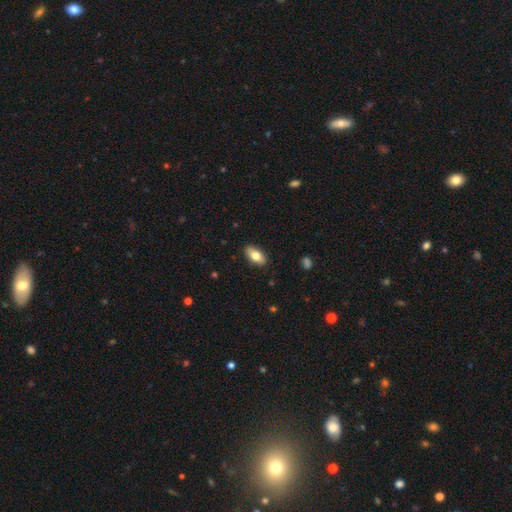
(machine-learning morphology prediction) This appears to be a smooth galaxy with no disk features (76%) that is in between round and cigar-shaped (90%). Merging: none (89%).